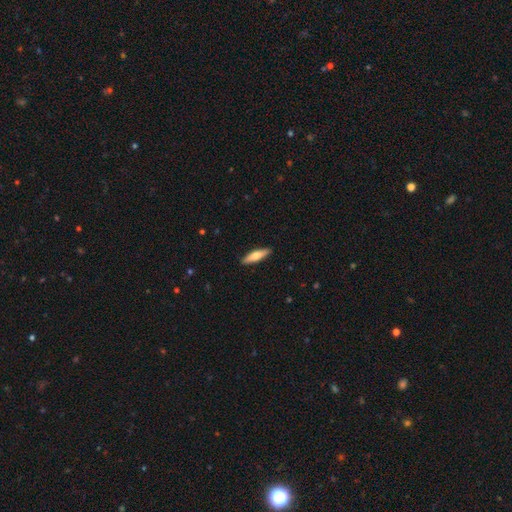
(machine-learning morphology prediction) This appears to be a smooth galaxy with no disk features (61%) that is cigar-shaped (71%). Merging: none (90%).